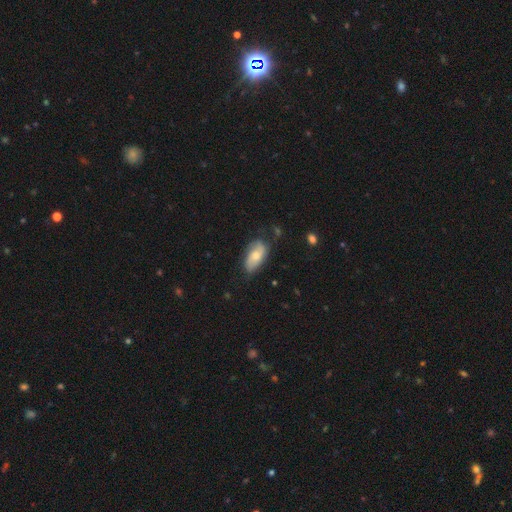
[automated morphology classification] A smooth galaxy with no disk features (58%) that is in between round and cigar-shaped (91%).

Vote fractions:
- Smooth or featured? smooth: 58% / featured or disk: 36% / star or artifact: 7%
- How rounded? in between: 91% / cigar-shaped: 5% / round: 4%
- Merging? none: 61% / minor disturbance: 28% / major disturbance: 8% / merger: 2%